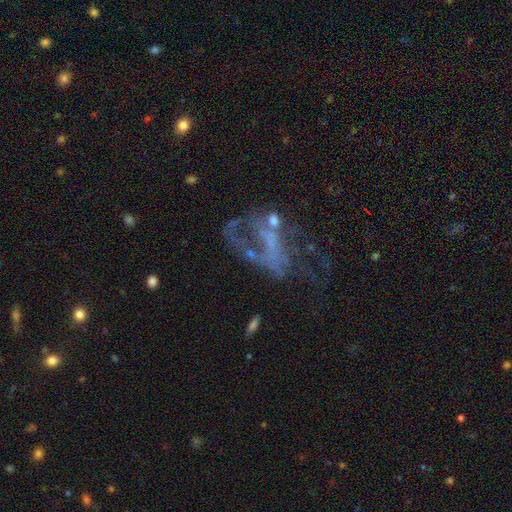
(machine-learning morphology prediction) Smooth or featured? Predicted: featured or disk (p=0.60). Edge-on disk? Predicted: no (p=0.95). Bar? Predicted: no (p=0.69). Spiral arms? Predicted: no (p=0.64). Bulge size? Predicted: none (p=0.68). Merging? Predicted: major disturbance (p=0.46).